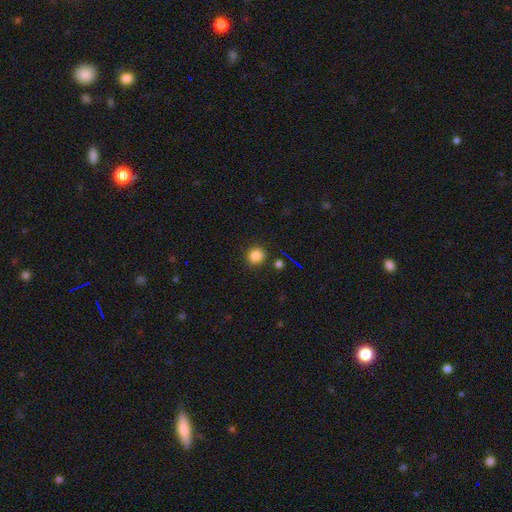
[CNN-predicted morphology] smooth 84%, star or artifact 12%, featured or disk 4%. Down the decision tree: how rounded — round (87%); merging — none (86%).